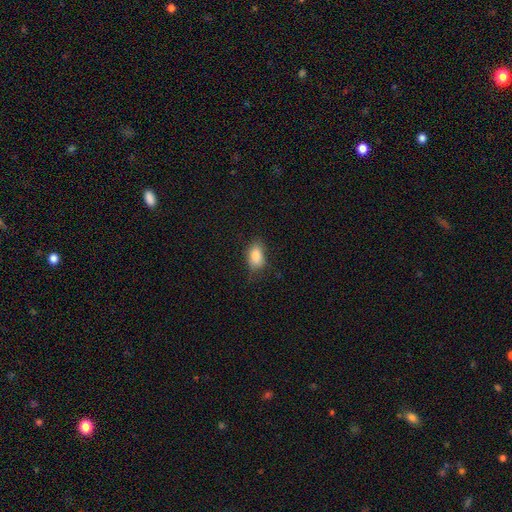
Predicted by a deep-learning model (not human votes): A smooth galaxy with no disk features (85%) that is in between round and cigar-shaped (88%).

Vote fractions:
- Smooth or featured? smooth: 85% / star or artifact: 8% / featured or disk: 7%
- How rounded? in between: 88% / round: 10% / cigar-shaped: 2%
- Merging? none: 74% / minor disturbance: 20% / major disturbance: 5% / merger: 1%